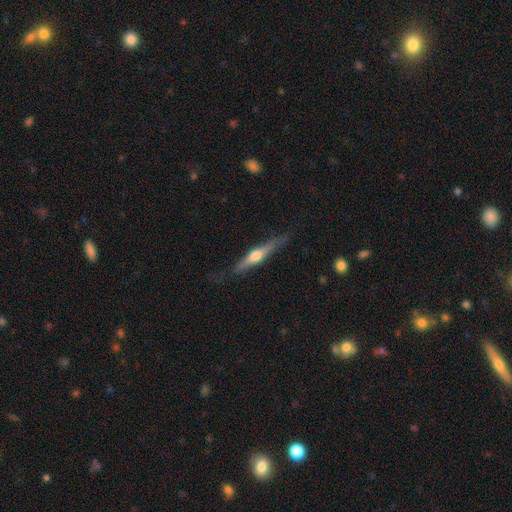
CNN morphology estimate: This is likely a featured or disk galaxy (63%). It is clearly viewed edge-on (96%). Edge-on bulge: clearly rounded (89%). Merging: likely none (79%).